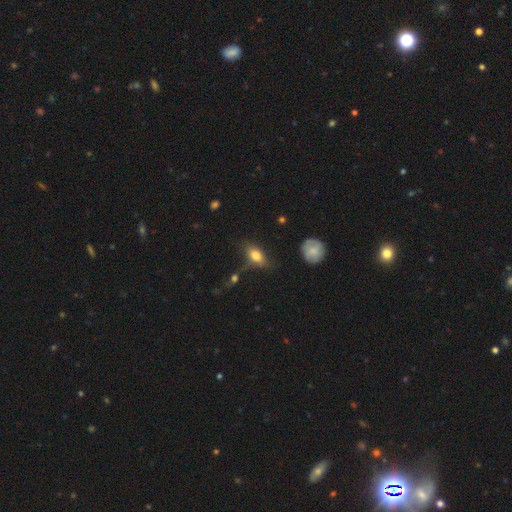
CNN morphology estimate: A smooth galaxy with no disk features (77%) that is in between round and cigar-shaped (84%). Merging: none (57%).